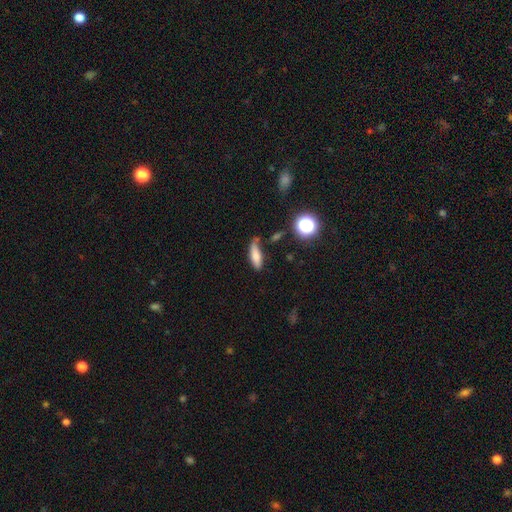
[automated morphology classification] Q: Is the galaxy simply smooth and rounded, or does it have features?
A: smooth — 73%.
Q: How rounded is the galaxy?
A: in between — 52%.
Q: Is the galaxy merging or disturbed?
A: none — 61%.